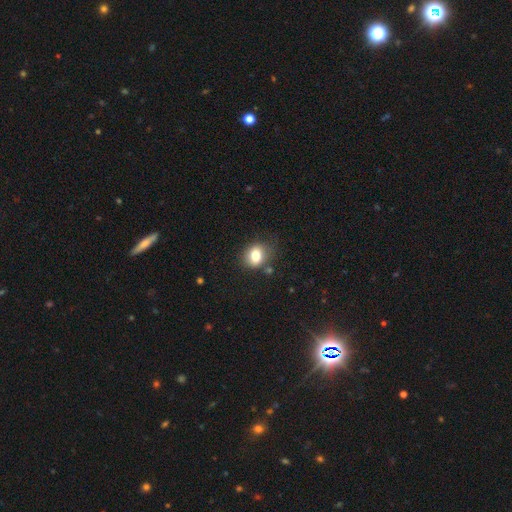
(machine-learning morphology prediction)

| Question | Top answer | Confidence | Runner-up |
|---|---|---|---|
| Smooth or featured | smooth | 80% | featured or disk (10%) |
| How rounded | in between | 50% | round (49%) |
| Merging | none | 69% | minor disturbance (20%) |